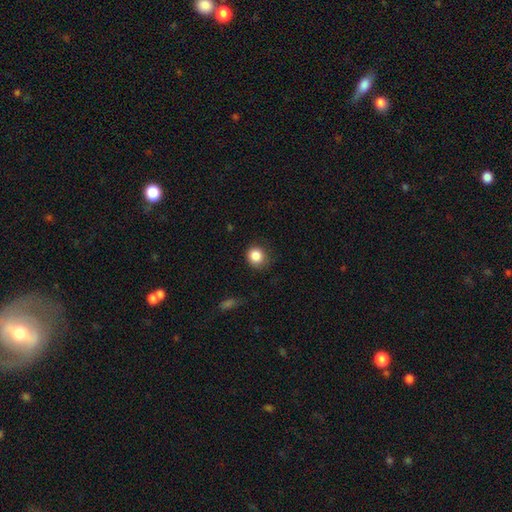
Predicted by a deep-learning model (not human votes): A smooth galaxy with no disk features (86%) that is round (83%).

Vote fractions:
- Smooth or featured? smooth: 86% / star or artifact: 10% / featured or disk: 4%
- How rounded? round: 83% / in between: 16% / cigar-shaped: 1%
- Merging? none: 79% / minor disturbance: 16% / major disturbance: 4% / merger: 1%